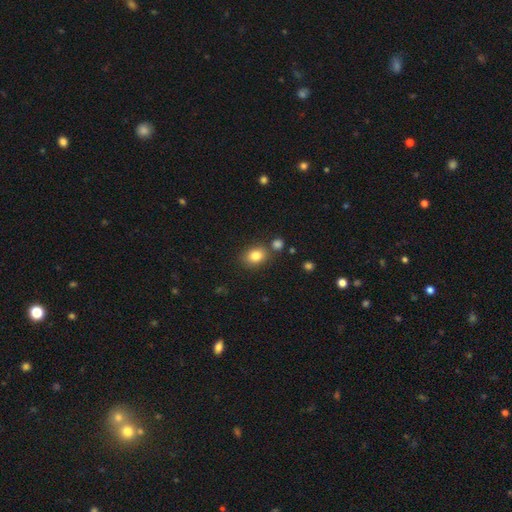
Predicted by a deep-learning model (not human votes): Smooth or featured? smooth (82%)
How rounded? in between (55%)
Merging? none (74%)